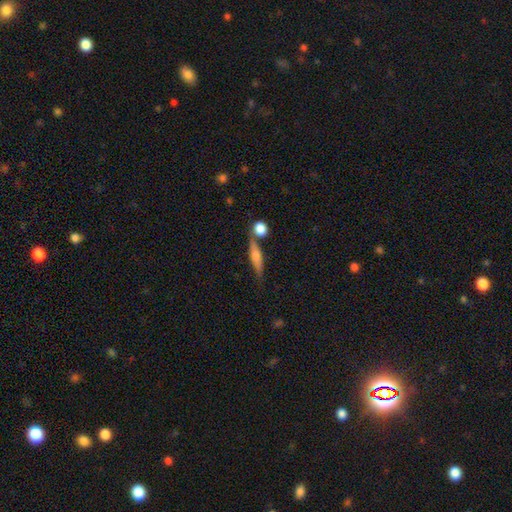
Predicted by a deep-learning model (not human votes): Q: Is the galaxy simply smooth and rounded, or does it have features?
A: featured or disk — 46%.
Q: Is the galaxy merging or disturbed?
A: none — 65%.